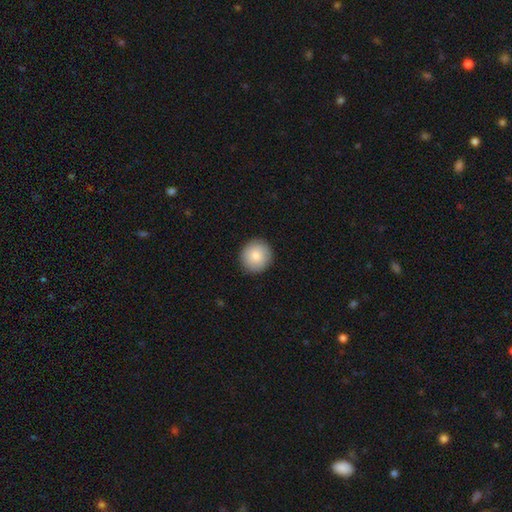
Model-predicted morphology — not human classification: A smooth galaxy with no disk features (85%) that is round (92%). Merging: none (91%).